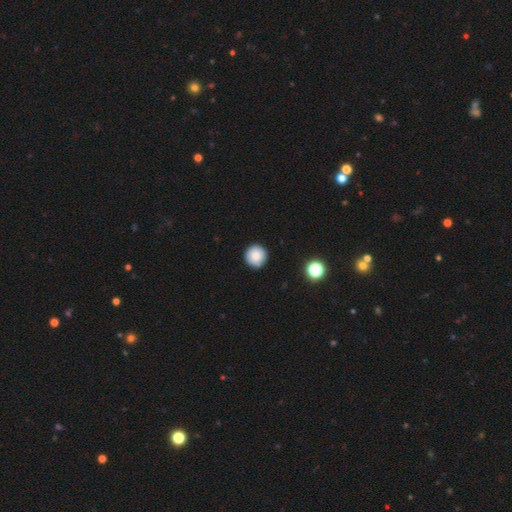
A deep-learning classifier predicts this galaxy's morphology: The model was most divided on "smooth or featured": smooth: 84%, star or artifact: 9%, featured or disk: 6%. More confident: how rounded — round (96%); merging — none (92%).